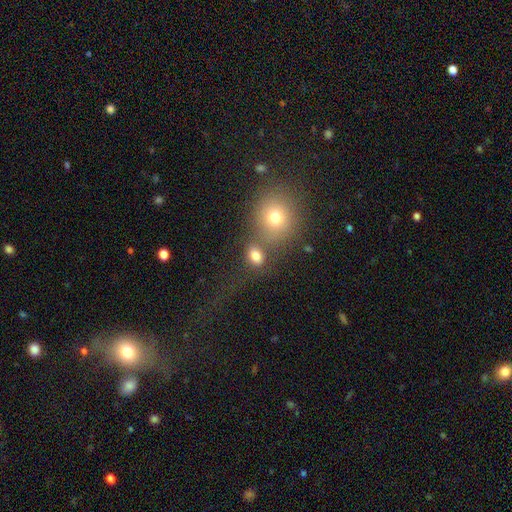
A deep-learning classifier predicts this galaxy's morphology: This appears to be a smooth galaxy with no disk features (78%) that is in between round and cigar-shaped (60%). Merging: none (52%).